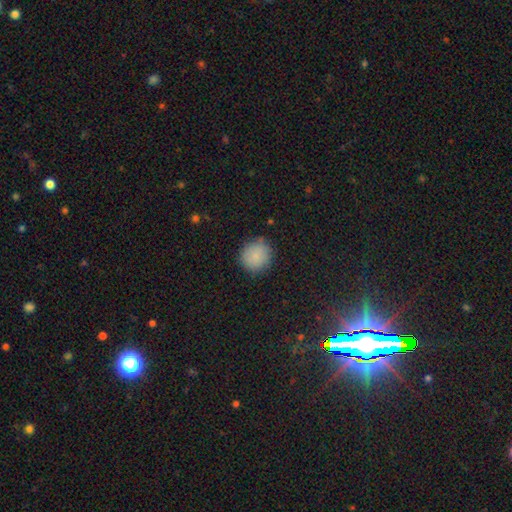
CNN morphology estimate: Smooth or featured: smooth — 86% (star or artifact — 9%)
How rounded: round — 89% (in between — 10%)
Merging: none — 83% (minor disturbance — 12%)